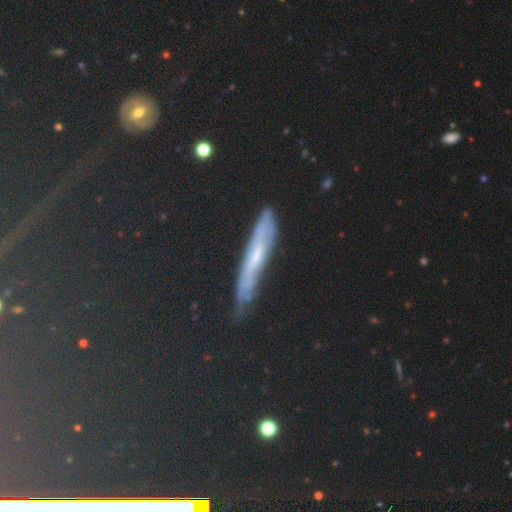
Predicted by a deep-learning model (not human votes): smooth-or-featured: star or artifact: 44% | smooth: 31% | featured or disk: 25%